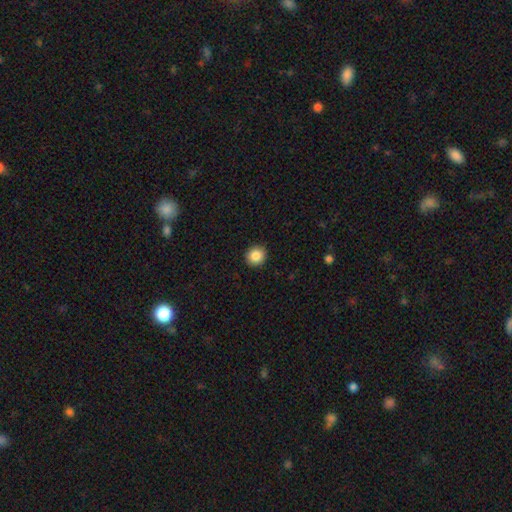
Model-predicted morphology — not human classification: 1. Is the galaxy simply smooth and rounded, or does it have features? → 87% smooth, 9% star or artifact, 4% featured or disk.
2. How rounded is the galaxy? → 90% round, 9% in between, 1% cigar-shaped.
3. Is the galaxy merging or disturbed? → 92% none, 5% minor disturbance, 2% major disturbance, 1% merger.